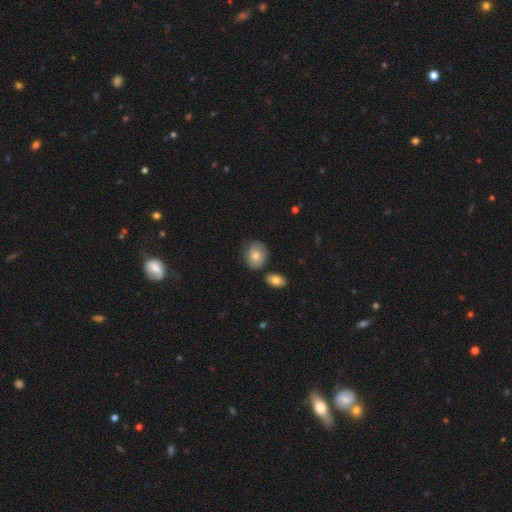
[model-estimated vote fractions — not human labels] smooth 78%, featured or disk 15%, star or artifact 7%. Down the decision tree: how rounded — round (59%); merging — none (72%).